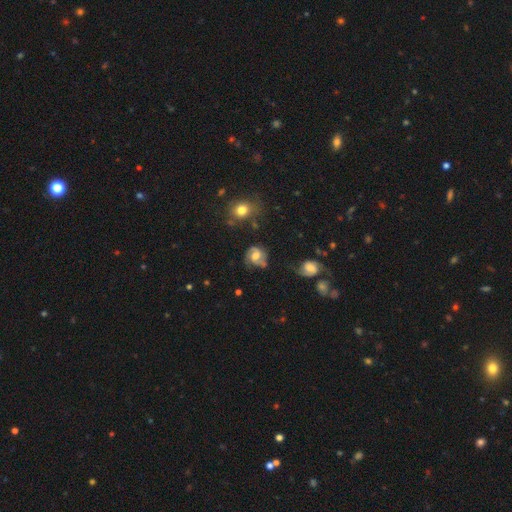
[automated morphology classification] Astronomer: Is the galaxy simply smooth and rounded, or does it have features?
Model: featured or disk — 63%.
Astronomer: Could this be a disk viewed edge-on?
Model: no — 97%.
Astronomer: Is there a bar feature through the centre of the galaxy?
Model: no — 45% (runner-up: weak, 43%).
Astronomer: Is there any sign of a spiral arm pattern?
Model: yes — 88%.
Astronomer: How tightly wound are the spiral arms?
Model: medium — 48% (runner-up: tight, 28%).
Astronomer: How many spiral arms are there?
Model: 2 — 79%.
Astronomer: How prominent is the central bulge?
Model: moderate — 52%.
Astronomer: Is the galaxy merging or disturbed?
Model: none — 59%.